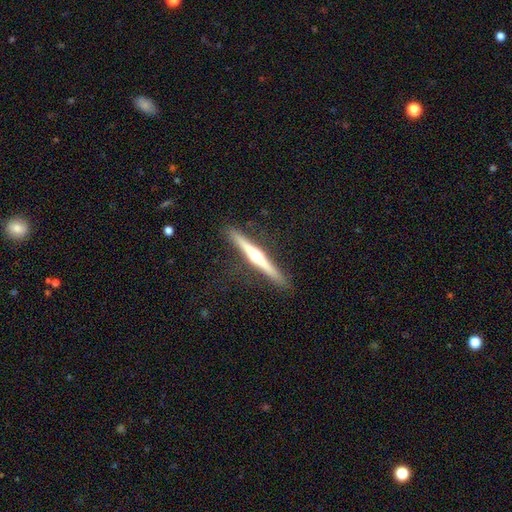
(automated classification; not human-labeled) A featured or disk galaxy (74%) viewed edge-on (98%) with a rounded central bulge (90%). Merging: none (91%).